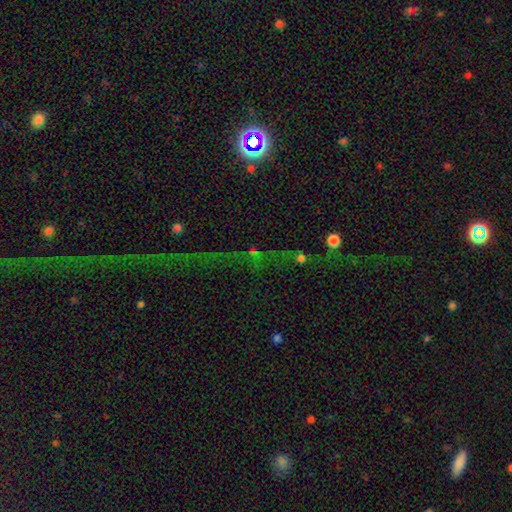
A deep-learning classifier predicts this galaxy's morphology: This is likely a star or artifact rather than a galaxy (73%).